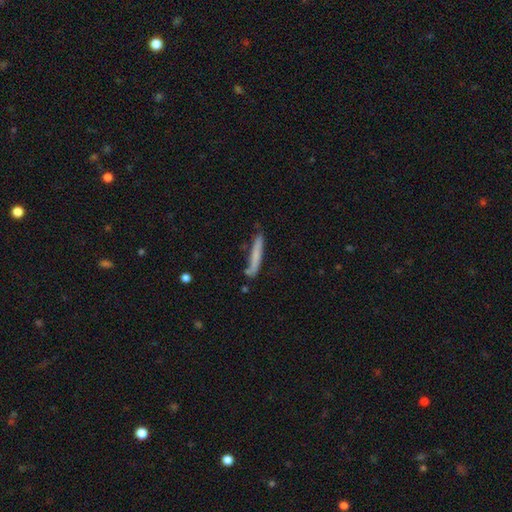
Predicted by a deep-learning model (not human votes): This appears to be a smooth galaxy with no disk features (66%) that is cigar-shaped (95%). Merging: none (74%).